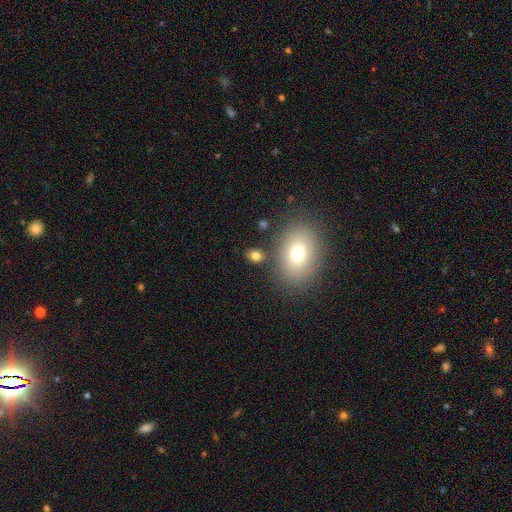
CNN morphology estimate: smooth 77%, star or artifact 12%, featured or disk 11%. Down the decision tree: how rounded — in between (56%); merging — none (78%).